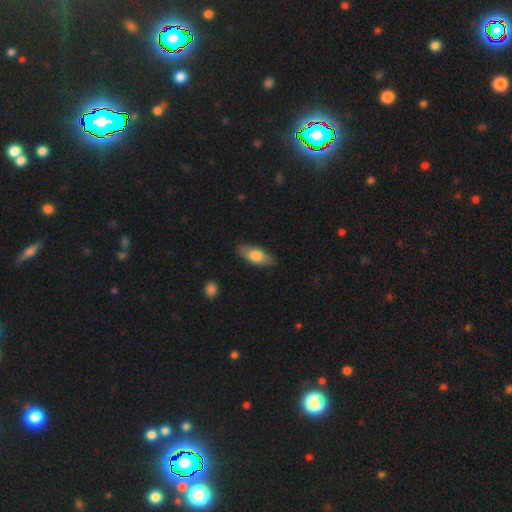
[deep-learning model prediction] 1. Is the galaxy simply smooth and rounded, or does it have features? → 74% smooth, 20% featured or disk, 6% star or artifact.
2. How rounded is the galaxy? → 81% in between, 16% cigar-shaped, 3% round.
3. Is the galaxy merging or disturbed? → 84% none, 12% minor disturbance, 2% major disturbance, 1% merger.